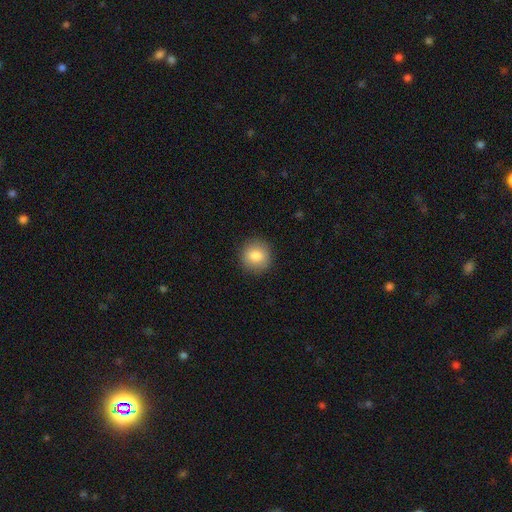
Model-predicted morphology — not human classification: This appears to be a smooth galaxy with no disk features (84%) that is round (91%). Merging: none (90%).